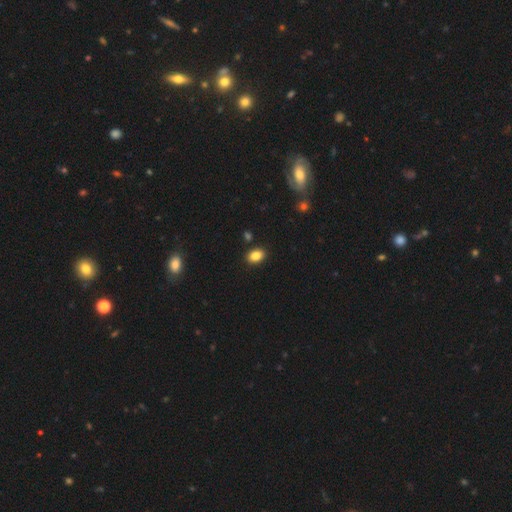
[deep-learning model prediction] Overall: smooth (85%). How rounded: in between (77%). Merging: none (88%).